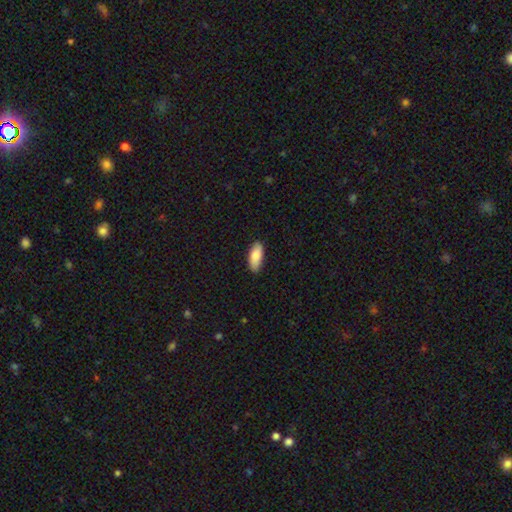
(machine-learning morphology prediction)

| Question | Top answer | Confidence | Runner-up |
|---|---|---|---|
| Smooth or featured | smooth | 85% | featured or disk (9%) |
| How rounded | in between | 83% | cigar-shaped (15%) |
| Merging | none | 85% | minor disturbance (12%) |